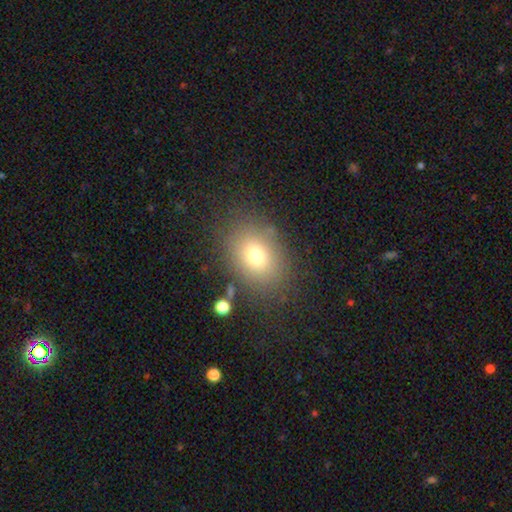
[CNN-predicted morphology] Smooth or featured: smooth — 73% (star or artifact — 14%)
How rounded: in between — 66% (round — 33%)
Merging: none — 80% (minor disturbance — 12%)